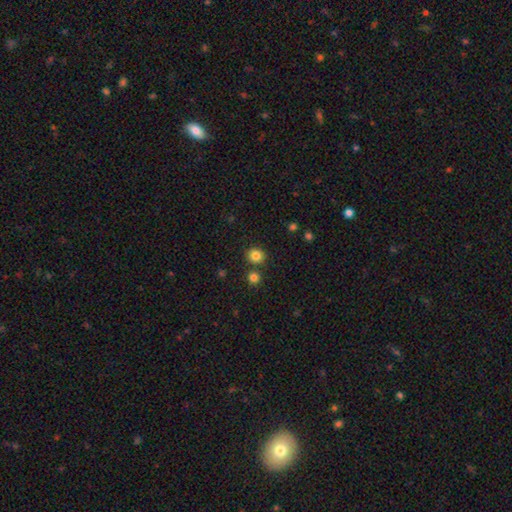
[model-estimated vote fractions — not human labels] A smooth galaxy with no disk features (83%) that is round (86%).

Vote fractions:
- Smooth or featured? smooth: 83% / star or artifact: 12% / featured or disk: 5%
- How rounded? round: 86% / in between: 13% / cigar-shaped: 1%
- Merging? none: 83% / merger: 8% / minor disturbance: 7% / major disturbance: 2%